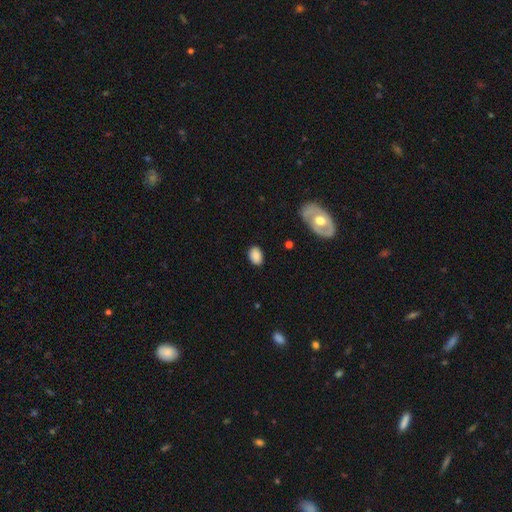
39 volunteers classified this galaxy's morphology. A smooth galaxy with no disk features (72%) that is in between round and cigar-shaped (79%).

Vote fractions:
- Smooth or featured? smooth: 72% / featured or disk: 18% / star or artifact: 10%
- How rounded? in between: 79% / round: 21% / cigar-shaped: 0%
- Merging? none: 89% / minor disturbance: 9% / major disturbance: 3% / merger: 0%